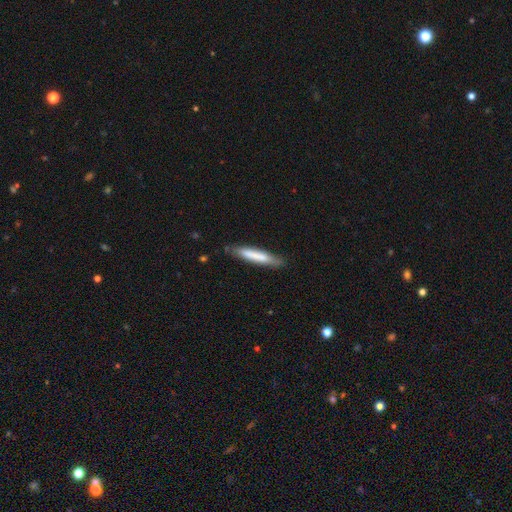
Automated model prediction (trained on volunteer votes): Overall: smooth (71%). How rounded: cigar-shaped (91%). Merging: none (80%).